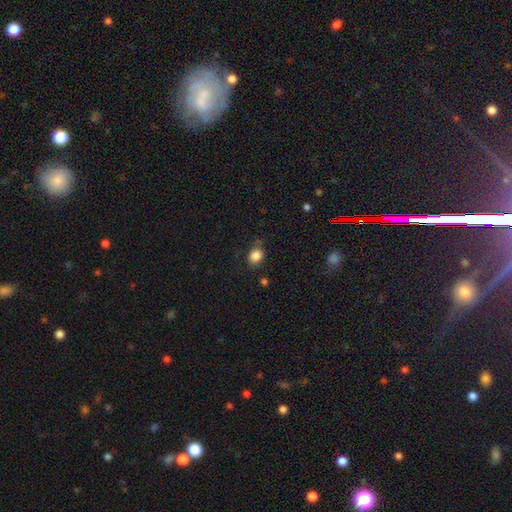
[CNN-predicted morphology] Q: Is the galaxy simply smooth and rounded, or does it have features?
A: smooth — 85%.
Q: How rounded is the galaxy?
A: round — 64%.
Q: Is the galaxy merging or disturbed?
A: none — 74%.